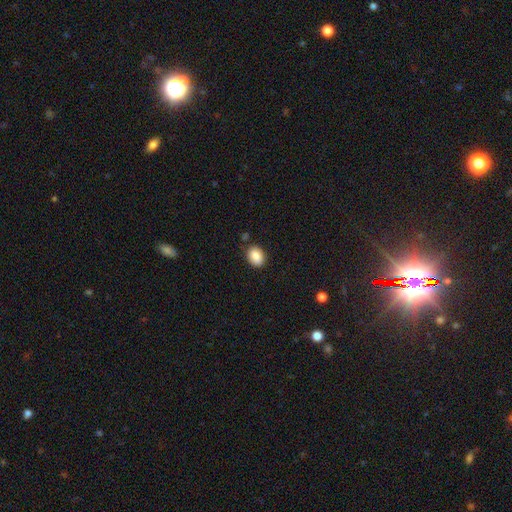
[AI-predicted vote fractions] This appears to be a smooth galaxy with no disk features (87%) that is in between round and cigar-shaped (63%). Merging: none (83%).